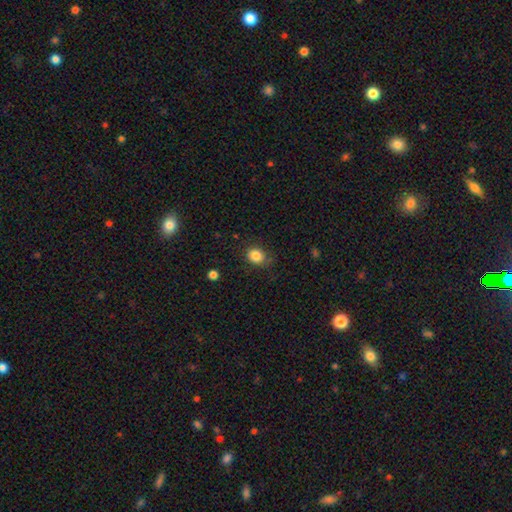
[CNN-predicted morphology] smooth_or_featured: smooth (p=0.84) [alt: star or artifact p=0.10]
how_rounded: round (p=0.55) [alt: in between p=0.44]
merging: none (p=0.76) [alt: minor disturbance p=0.18]